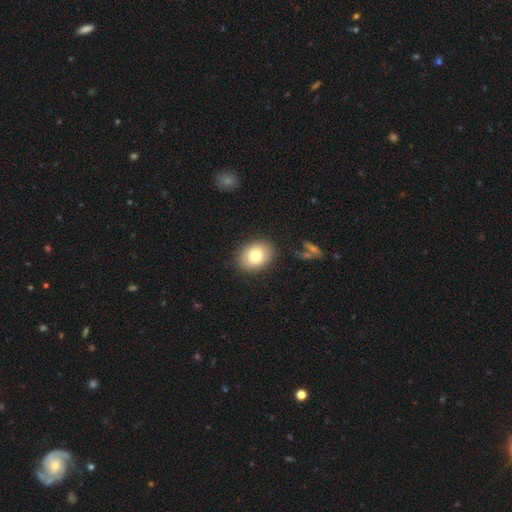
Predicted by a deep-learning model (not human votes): smooth_or_featured: smooth (p=0.79) [alt: featured or disk p=0.13]
how_rounded: in between (p=0.64) [alt: round p=0.36]
merging: none (p=0.87) [alt: minor disturbance p=0.09]